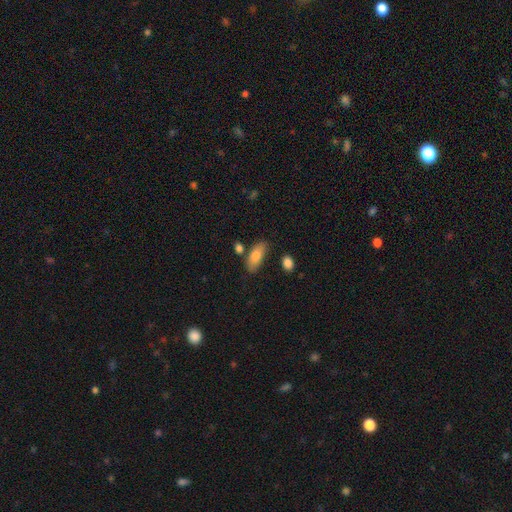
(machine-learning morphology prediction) Overall: smooth (83%). How rounded: in between (83%). Merging: none (69%).